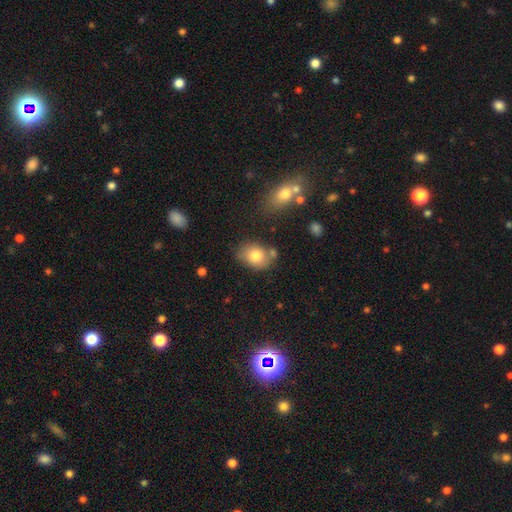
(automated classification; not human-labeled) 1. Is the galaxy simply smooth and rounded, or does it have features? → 78% smooth, 13% featured or disk, 9% star or artifact.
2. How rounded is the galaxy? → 64% in between, 35% round, 1% cigar-shaped.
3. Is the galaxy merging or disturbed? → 63% none, 19% minor disturbance, 12% merger, 5% major disturbance.